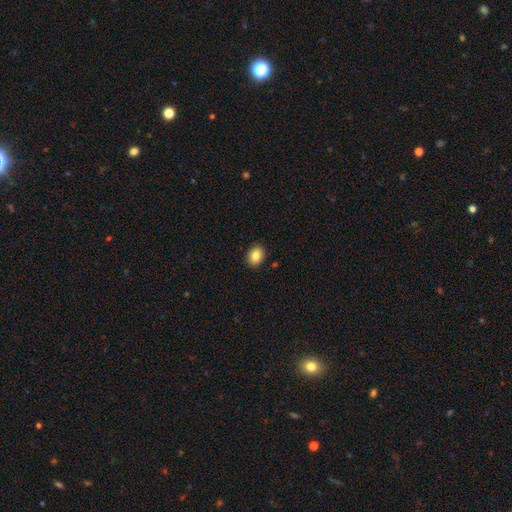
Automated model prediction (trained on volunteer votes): Smooth or featured? smooth (85%)
How rounded? in between (58%)
Merging? none (90%)